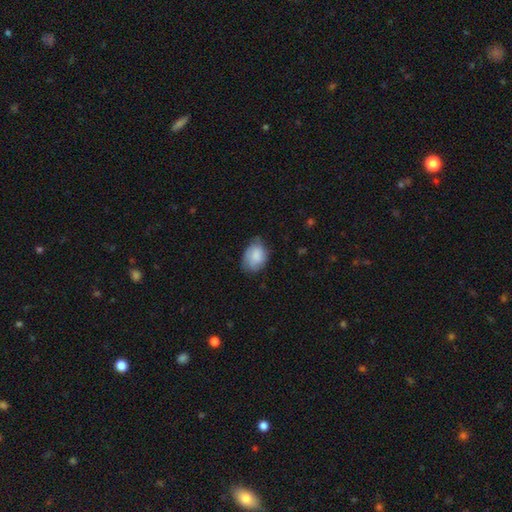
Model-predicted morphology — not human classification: Smooth or featured? smooth (78%)
How rounded? in between (78%)
Merging? none (57%)